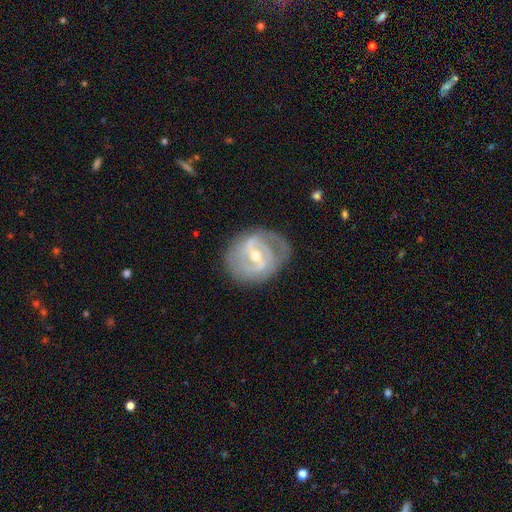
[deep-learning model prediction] Smooth or featured? featured or disk (85%)
Edge-on disk? no (97%)
Bar? weak (44%)
Spiral arms? yes (89%)
Spiral winding? medium (43%, tied with tight)
Spiral arm count? 2 (66%)
Bulge size? moderate (53%)
Merging? none (71%)